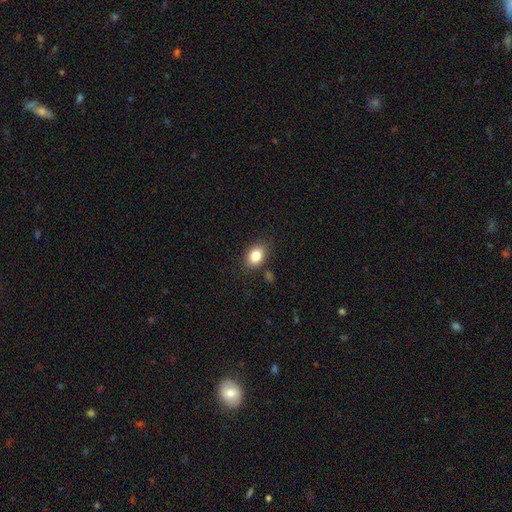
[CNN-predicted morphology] smooth-or-featured: smooth: 83% | star or artifact: 9% | featured or disk: 8%
  how-rounded: in between: 73% | round: 26% | cigar-shaped: 1%
  merging: none: 83% | minor disturbance: 11% | merger: 3% | major disturbance: 3%